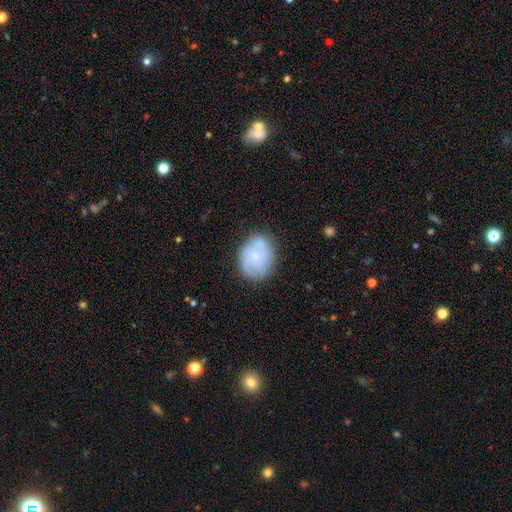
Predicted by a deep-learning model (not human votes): featured or disk 64%, smooth 29%, star or artifact 7%. Down the decision tree: edge-on disk — no (98%); bar — no (72%); spiral arms — yes (87%); spiral arm count — 3 (31%); spiral winding — tight (48%); bulge size — small (67%); merging — none (70%).